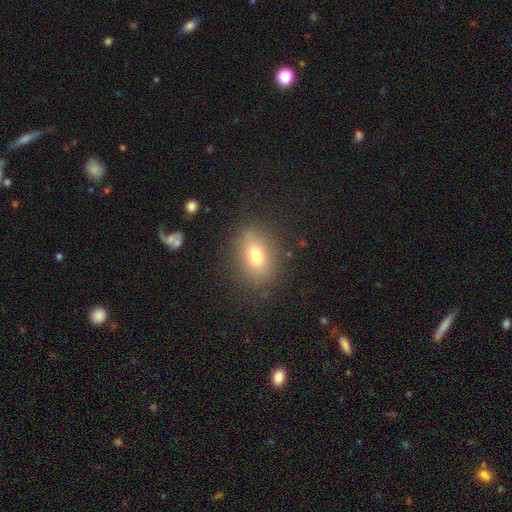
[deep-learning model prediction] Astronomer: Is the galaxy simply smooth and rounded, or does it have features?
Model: smooth — 72%.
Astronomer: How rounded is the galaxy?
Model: in between — 76%.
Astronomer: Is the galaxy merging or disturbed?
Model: none — 81%.